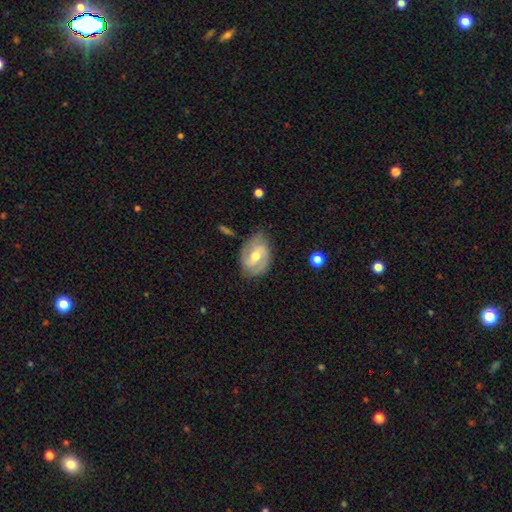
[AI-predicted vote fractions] Smooth or featured? Predicted: featured or disk (p=0.77). Edge-on disk? Predicted: no (p=0.96). Bar? Predicted: weak (p=0.51). Spiral arms? Predicted: yes (p=0.92). Spiral winding? Predicted: medium (p=0.44). Spiral arm count? Predicted: 2 (p=0.72). Bulge size? Predicted: moderate (p=0.63). Merging? Predicted: none (p=0.73).